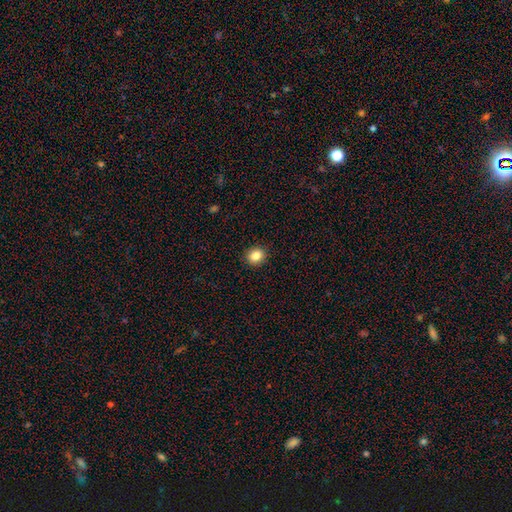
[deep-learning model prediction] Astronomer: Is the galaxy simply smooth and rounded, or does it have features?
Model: smooth — 84%.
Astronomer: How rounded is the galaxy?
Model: round — 76%.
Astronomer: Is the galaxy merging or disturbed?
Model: none — 92%.